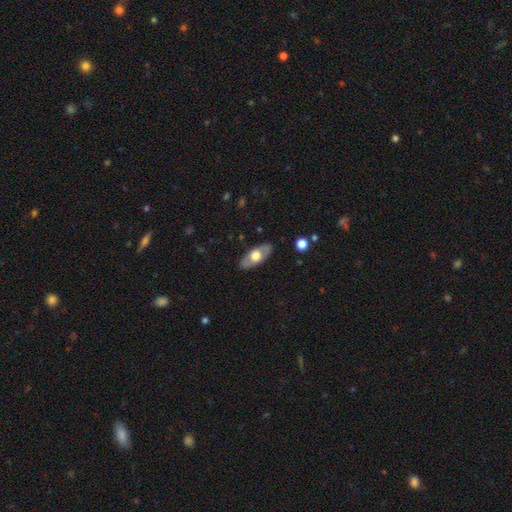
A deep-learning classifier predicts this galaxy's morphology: smooth 49%, featured or disk 46%, star or artifact 5%. Down the decision tree: merging — none (85%).